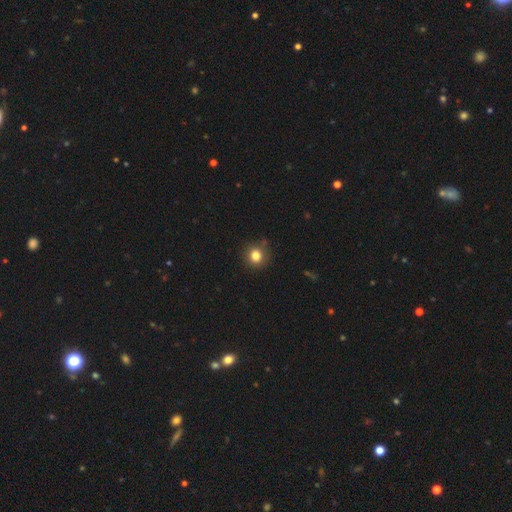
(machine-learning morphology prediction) Smooth or featured? smooth (82%)
How rounded? round (86%)
Merging? none (83%)